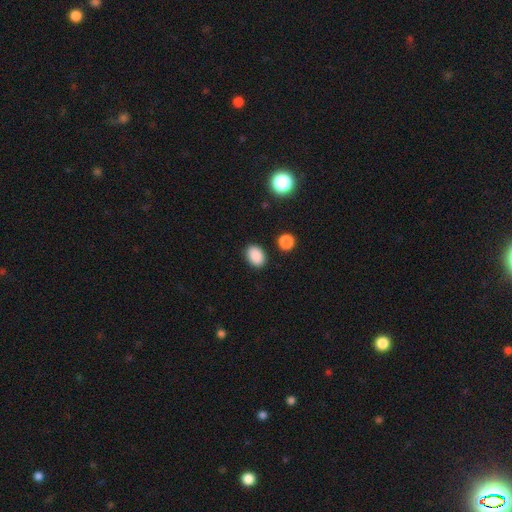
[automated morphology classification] The model was most divided on "how rounded": in between: 77%, round: 21%, cigar-shaped: 1%. More confident: smooth or featured — smooth (88%); merging — none (87%).